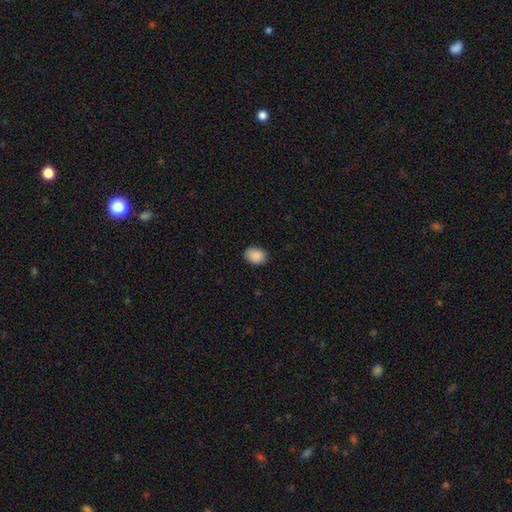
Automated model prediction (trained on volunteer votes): Overall: smooth (89%). How rounded: in between (66%; round 33%). Merging: none (86%).